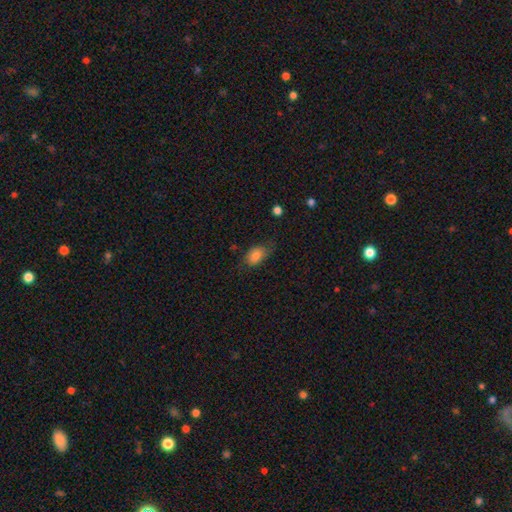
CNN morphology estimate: smooth 82%, featured or disk 10%, star or artifact 8%. Down the decision tree: how rounded — in between (85%); merging — none (61%).